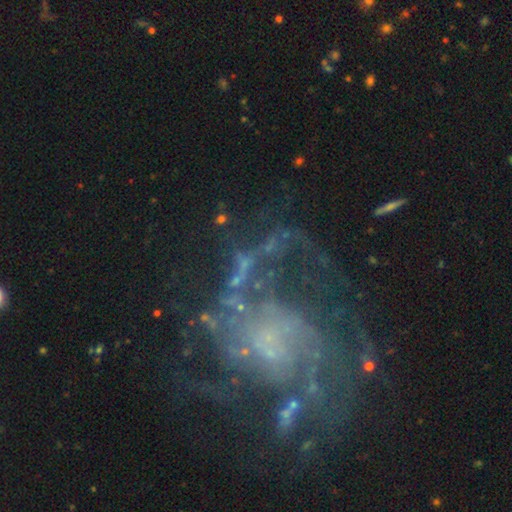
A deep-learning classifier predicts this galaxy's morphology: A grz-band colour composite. It shows a featured or disk galaxy (83%) with no bar (66%), medium (42%) spiral arms (89%) and a small central bulge (42%). Merging: none (57%).